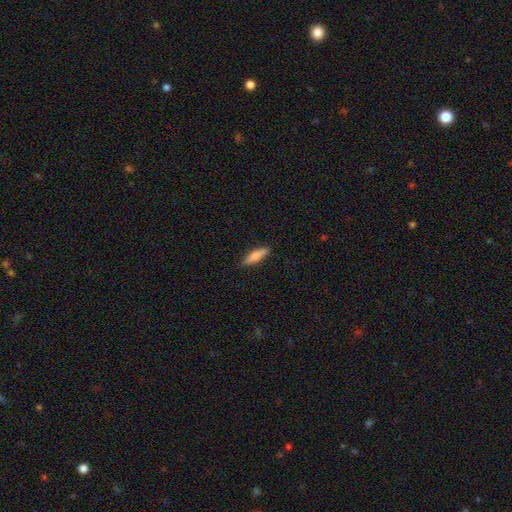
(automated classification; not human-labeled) Overall: smooth (75%). How rounded: cigar-shaped (69%). Merging: none (88%).